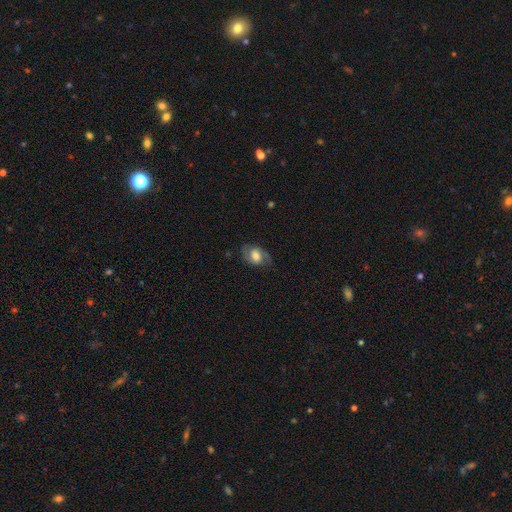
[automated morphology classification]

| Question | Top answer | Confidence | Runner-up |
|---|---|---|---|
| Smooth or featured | featured or disk | 62% | smooth (31%) |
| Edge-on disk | no | 96% | yes (4%) |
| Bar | no | 45% | weak (42%) |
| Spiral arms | yes | 87% | no (13%) |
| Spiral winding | medium | 48% | loose (29%) |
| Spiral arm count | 2 | 84% | can't tell (7%) |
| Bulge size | moderate | 42% | large (37%) |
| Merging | none | 70% | minor disturbance (19%) |